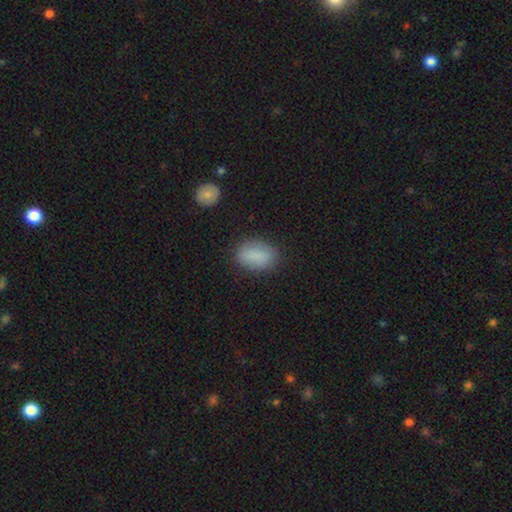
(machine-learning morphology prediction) Smooth or featured?
  - smooth: 86% *
  - star or artifact: 8%
  - featured or disk: 6%
How rounded?
  - in between: 87% *
  - round: 11%
  - cigar-shaped: 2%
Merging?
  - none: 81% *
  - minor disturbance: 13%
  - major disturbance: 4%
  - merger: 1%